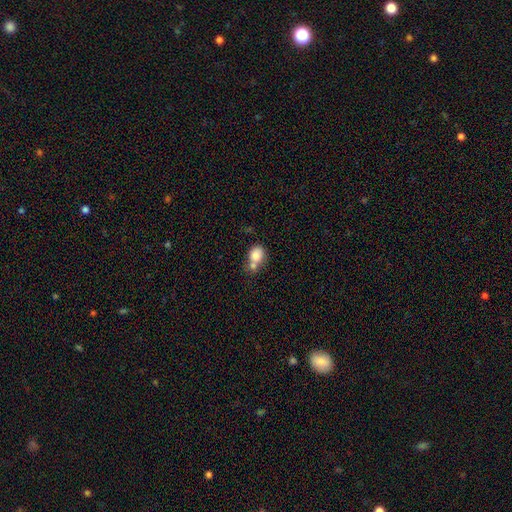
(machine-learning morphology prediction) A smooth galaxy with no disk features (79%) that is round (59%). Merging: merger (51%).